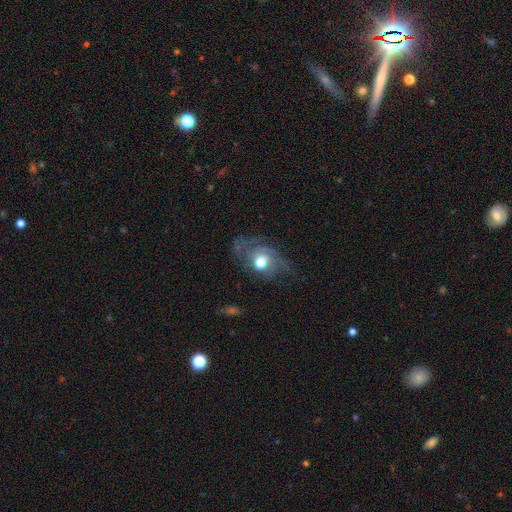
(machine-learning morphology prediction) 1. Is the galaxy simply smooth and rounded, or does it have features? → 61% featured or disk, 24% smooth, 15% star or artifact.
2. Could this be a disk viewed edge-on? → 93% no, 7% yes.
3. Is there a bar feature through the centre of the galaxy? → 80% no, 16% weak, 4% strong.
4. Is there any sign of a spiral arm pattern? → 70% yes, 30% no.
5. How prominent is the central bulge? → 69% moderate, 16% large, 11% small, 2% dominant, 2% none.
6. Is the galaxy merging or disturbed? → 58% none, 22% minor disturbance, 18% major disturbance, 3% merger.